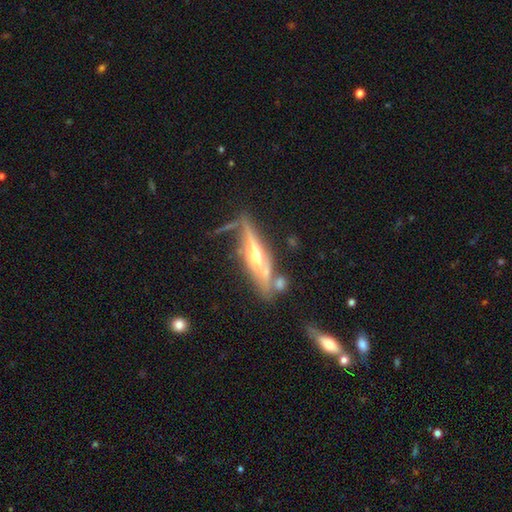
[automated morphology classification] type=featured or disk (72%); edge-on=yes (84%); edge-on bulge=rounded (85%); merging=none (54%).